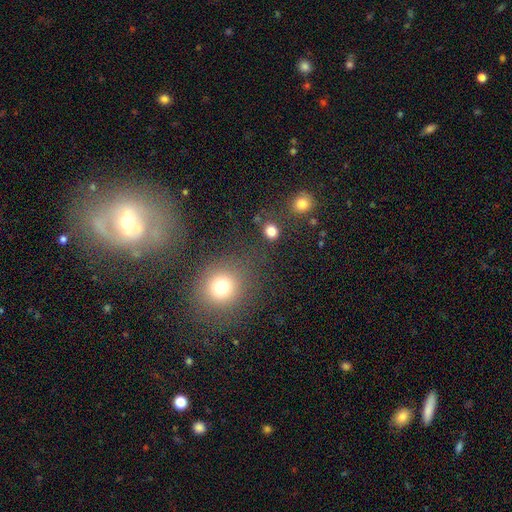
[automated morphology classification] This appears to be a smooth galaxy with no disk features (60%) that is round (78%). Merging: none (74%).